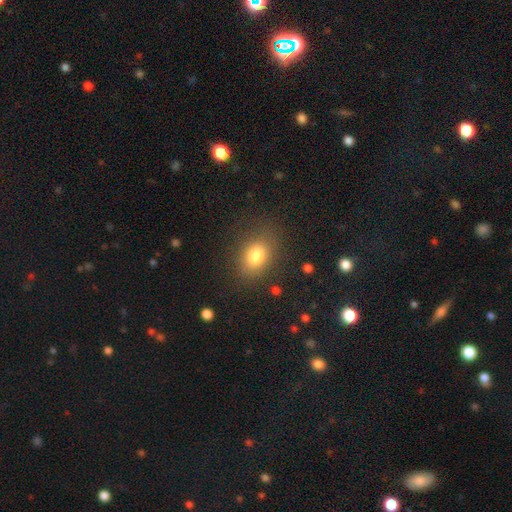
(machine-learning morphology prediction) Q: Smooth or featured?
A: smooth (80%); runner-up: star or artifact (10%)
Q: How rounded?
A: in between (71%); runner-up: round (28%)
Q: Merging?
A: none (78%); runner-up: minor disturbance (14%)